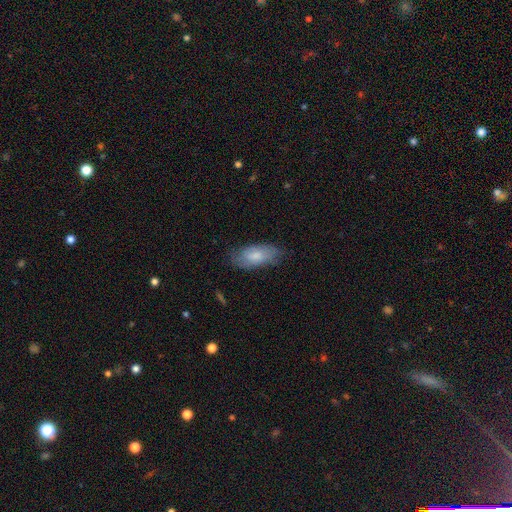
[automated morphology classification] Smooth or featured?
  - smooth: 73% *
  - featured or disk: 21%
  - star or artifact: 6%
How rounded?
  - in between: 86% *
  - cigar-shaped: 12%
  - round: 2%
Merging?
  - none: 71% *
  - minor disturbance: 22%
  - major disturbance: 5%
  - merger: 1%